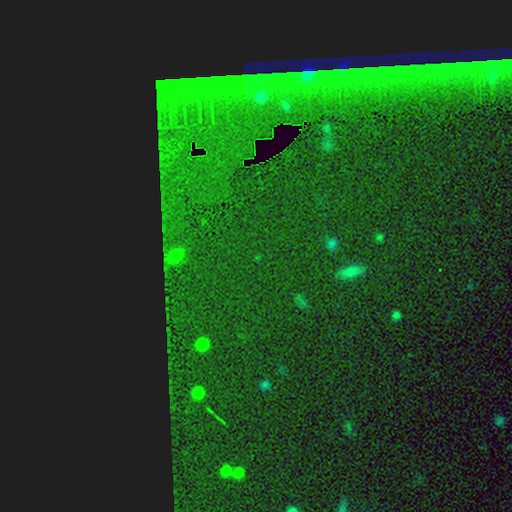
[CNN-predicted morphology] Smooth or featured?
  - star or artifact: 79% *
  - smooth: 12%
  - featured or disk: 9%